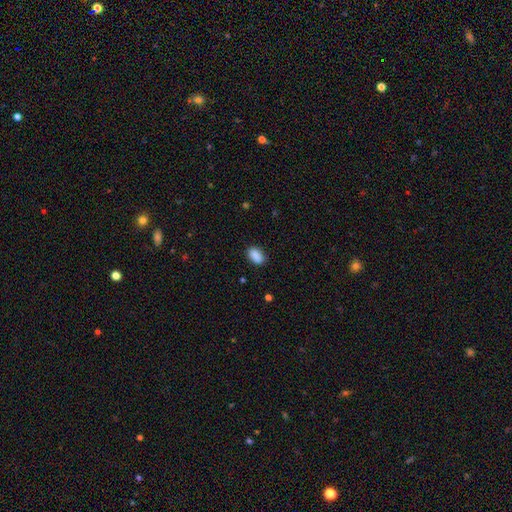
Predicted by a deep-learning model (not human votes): Smooth or featured?
  - smooth: 89% *
  - star or artifact: 8%
  - featured or disk: 3%
How rounded?
  - in between: 90% *
  - round: 7%
  - cigar-shaped: 2%
Merging?
  - none: 86% *
  - minor disturbance: 11%
  - major disturbance: 2%
  - merger: 1%